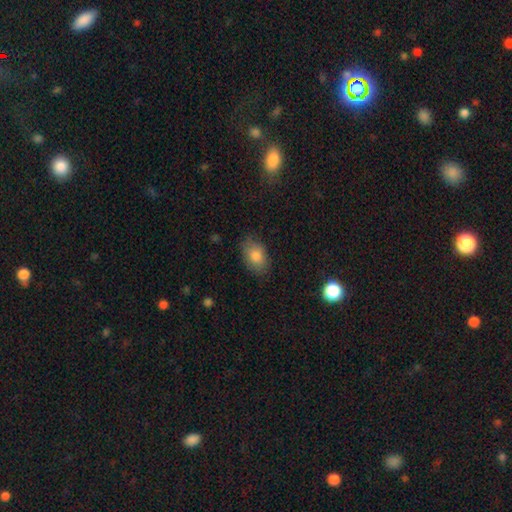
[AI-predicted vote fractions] smooth_or_featured: smooth (p=0.83) [alt: featured or disk p=0.09]
how_rounded: in between (p=0.85) [alt: round p=0.14]
merging: none (p=0.79) [alt: minor disturbance p=0.16]